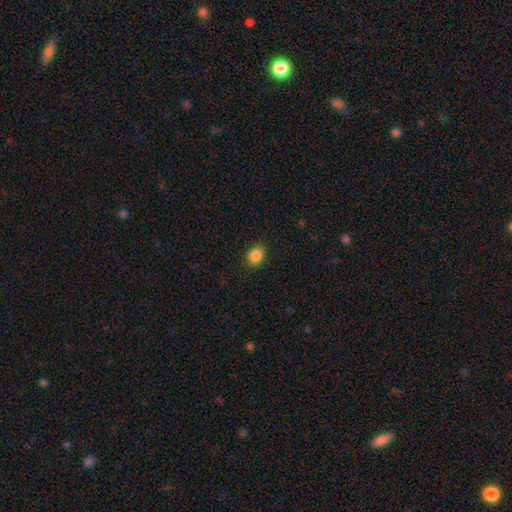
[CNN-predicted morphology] Q: Smooth or featured?
A: smooth (87%); runner-up: star or artifact (10%)
Q: How rounded?
A: round (59%); runner-up: in between (40%)
Q: Merging?
A: none (87%); runner-up: minor disturbance (10%)